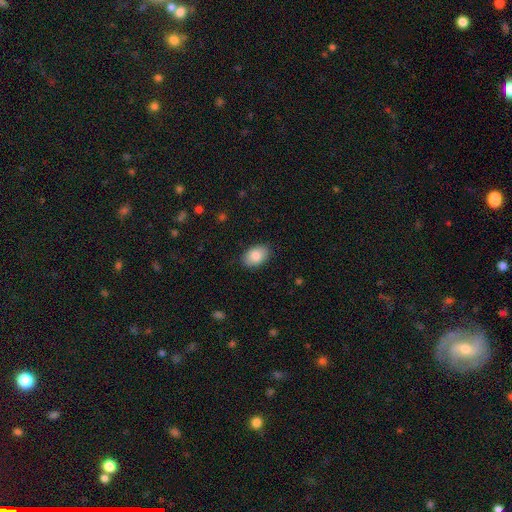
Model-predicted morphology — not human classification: Smooth or featured? Predicted: smooth (p=0.87). How rounded? Predicted: in between (p=0.88). Merging? Predicted: none (p=0.87).